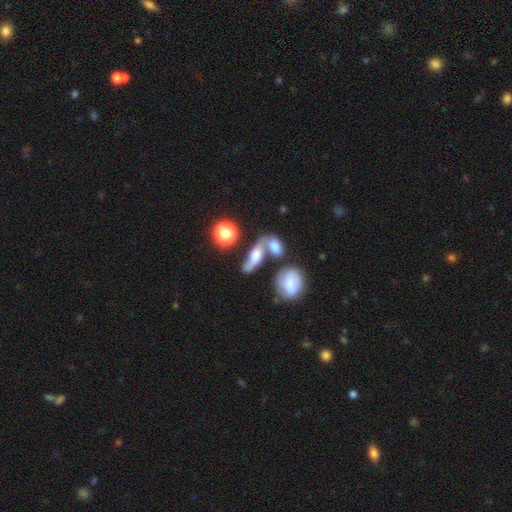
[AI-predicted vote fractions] This appears to be a featured or disk galaxy (50%). Merging: none (42%).